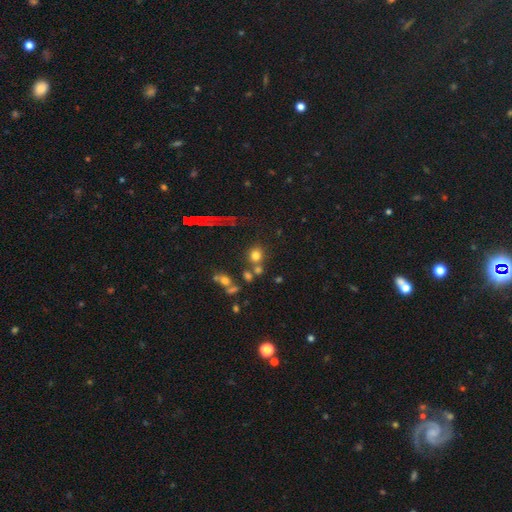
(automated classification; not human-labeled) Smooth or featured: smooth — 73% (star or artifact — 15%)
How rounded: round — 84% (in between — 15%)
Merging: none — 63% (merger — 21%)